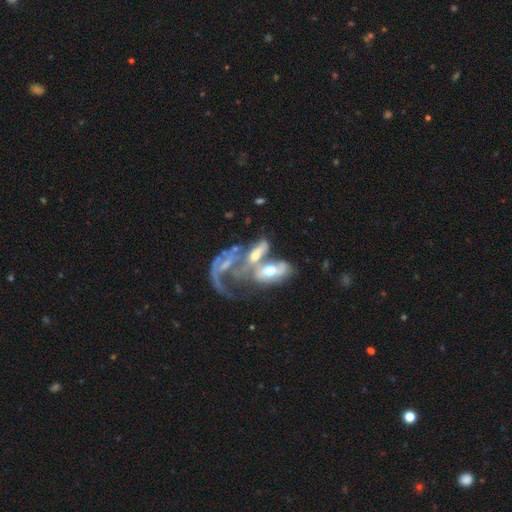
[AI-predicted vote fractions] Smooth or featured?
  - featured or disk: 63% *
  - smooth: 26%
  - star or artifact: 11%
Edge-on disk?
  - no: 91% *
  - yes: 9%
Bar?
  - no: 71% *
  - weak: 20%
  - strong: 9%
Spiral arms?
  - no: 54% *
  - yes: 46%
Bulge size?
  - moderate: 47% *
  - small: 25%
  - none: 14%
  - large: 11%
  - dominant: 3%
Merging?
  - merger: 60% *
  - major disturbance: 22%
  - none: 11%
  - minor disturbance: 7%